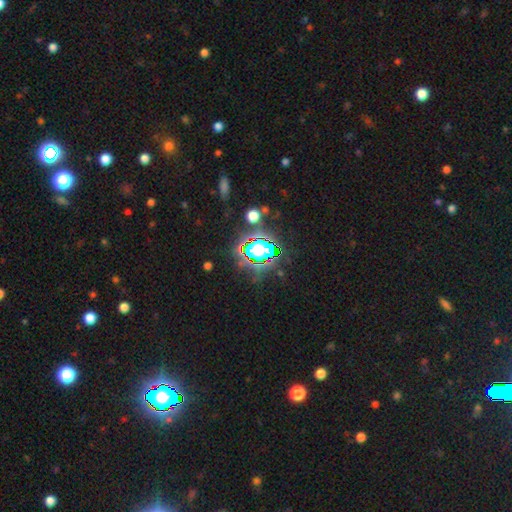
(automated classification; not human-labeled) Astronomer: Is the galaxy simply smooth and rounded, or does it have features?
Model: star or artifact — 79%.